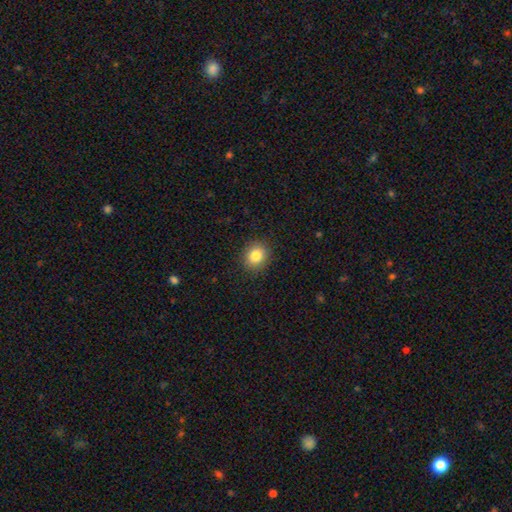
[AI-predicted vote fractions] Morphology: type=smooth (84%); roundness=round (74%); merging=none (90%).